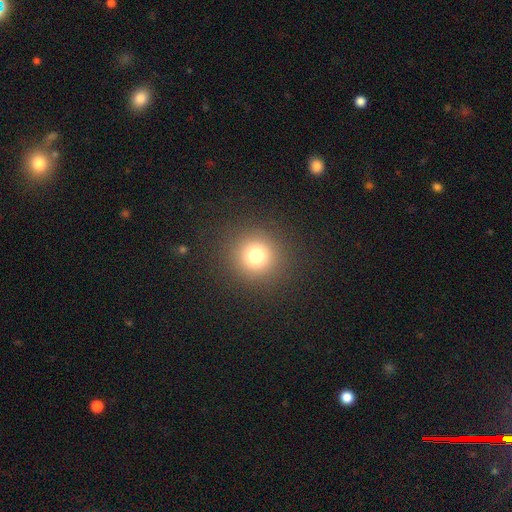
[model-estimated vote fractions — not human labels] Smooth or featured: smooth — 75% (star or artifact — 17%)
How rounded: round — 94% (in between — 5%)
Merging: none — 90% (minor disturbance — 6%)